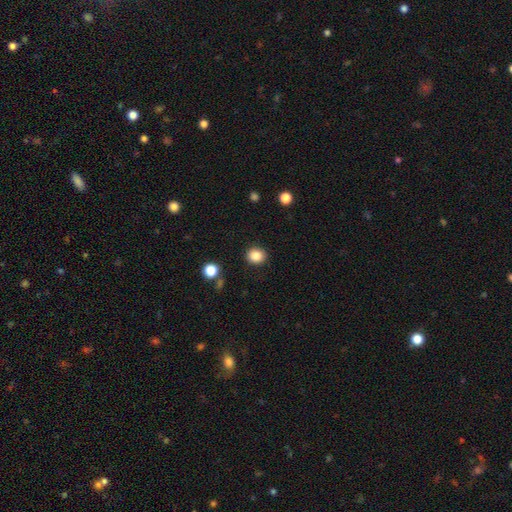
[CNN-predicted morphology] Smooth or featured? smooth (86%)
How rounded? round (74%)
Merging? none (90%)